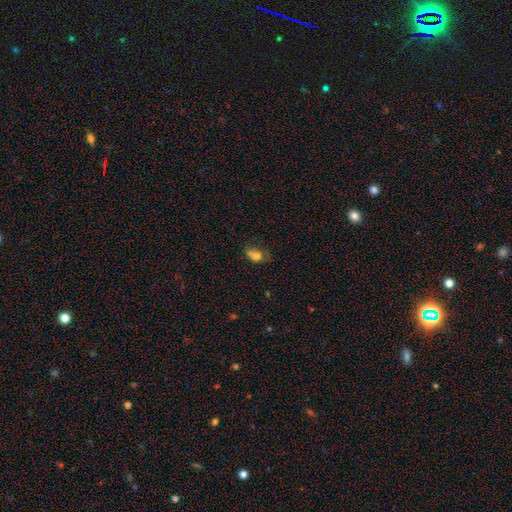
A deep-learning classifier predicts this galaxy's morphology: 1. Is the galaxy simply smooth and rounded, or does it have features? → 71% smooth, 15% featured or disk, 13% star or artifact.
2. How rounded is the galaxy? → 72% in between, 26% round, 3% cigar-shaped.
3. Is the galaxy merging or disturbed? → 36% none, 28% minor disturbance, 18% merger, 18% major disturbance.